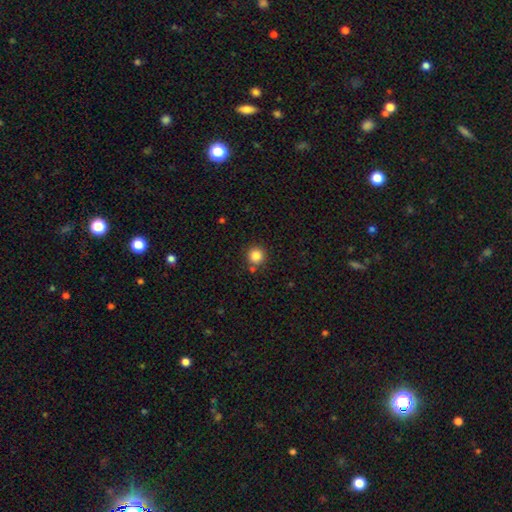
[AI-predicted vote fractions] This is clearly a smooth galaxy (84%). How rounded: clearly round (95%). Merging: clearly none (84%).